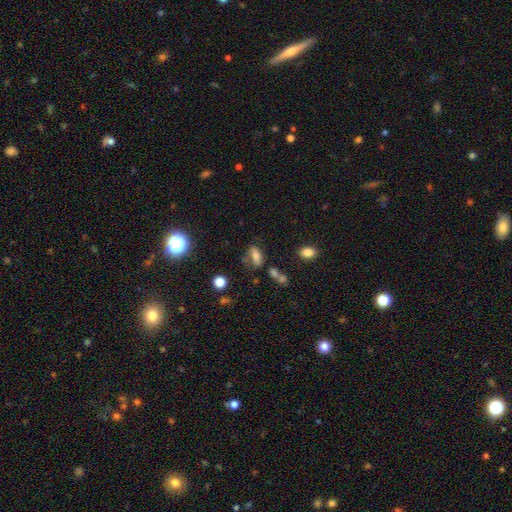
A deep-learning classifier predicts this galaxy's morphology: smooth_or_featured: smooth (p=0.64) [alt: featured or disk p=0.20]
how_rounded: in between (p=0.80) [alt: cigar-shaped p=0.12]
merging: none (p=0.57) [alt: minor disturbance p=0.22]